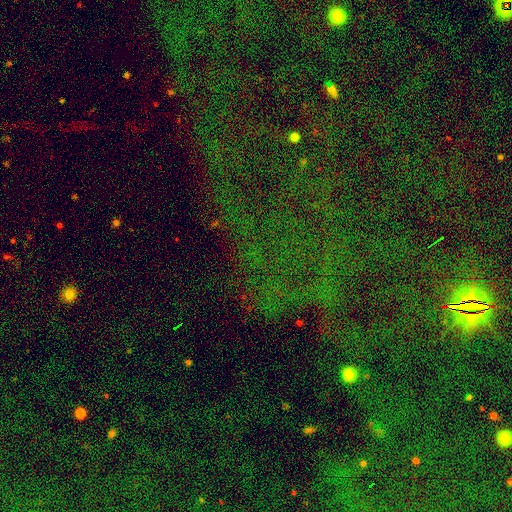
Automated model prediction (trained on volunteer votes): A star or artifact, not a galaxy (80%).

Vote fractions:
- Smooth or featured? star or artifact: 80% / smooth: 11% / featured or disk: 9%